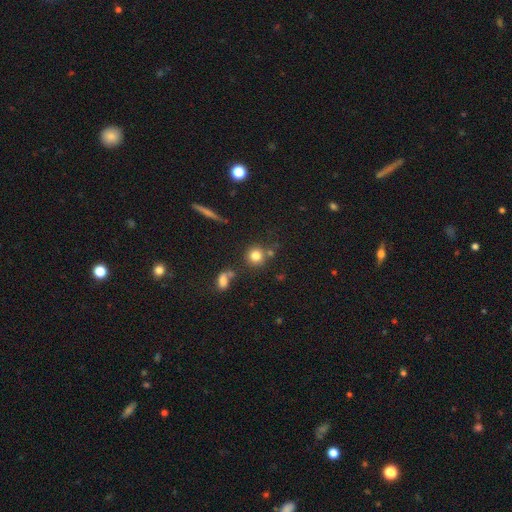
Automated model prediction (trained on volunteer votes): Q: Smooth or featured?
A: smooth (78%); runner-up: star or artifact (13%)
Q: How rounded?
A: round (90%); runner-up: in between (9%)
Q: Merging?
A: none (73%); runner-up: merger (13%)